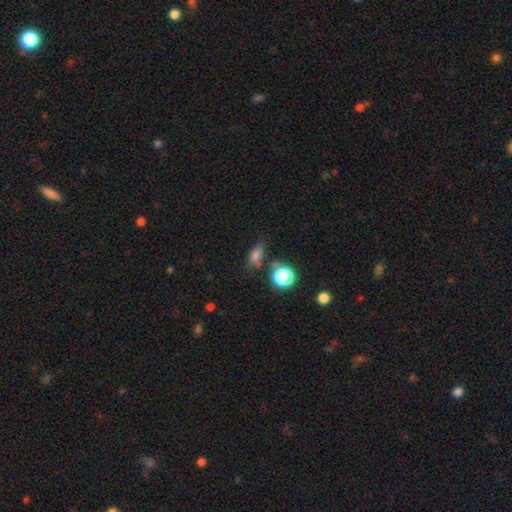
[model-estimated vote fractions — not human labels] Q: Smooth or featured?
A: smooth (74%); runner-up: star or artifact (18%)
Q: How rounded?
A: in between (71%); runner-up: round (20%)
Q: Merging?
A: none (62%); runner-up: minor disturbance (19%)